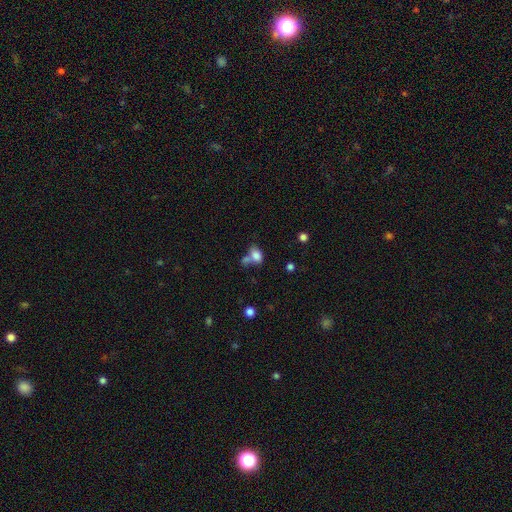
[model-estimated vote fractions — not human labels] This is likely a smooth galaxy (80%). How rounded: likely in between (79%). Merging: marginally merger (43%).